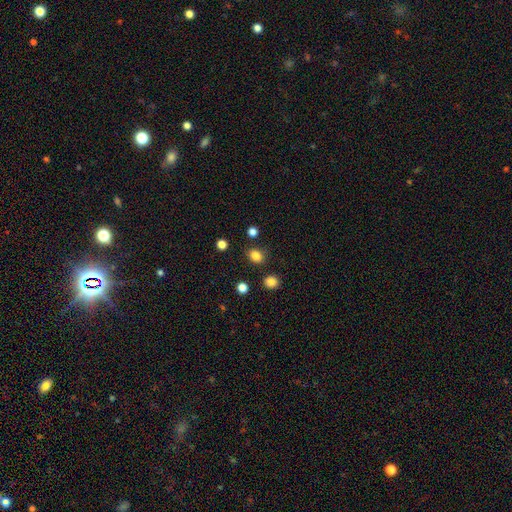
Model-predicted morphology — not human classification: smooth-or-featured: smooth: 83% | star or artifact: 13% | featured or disk: 4%
  how-rounded: round: 51% | in between: 48% | cigar-shaped: 1%
  merging: none: 83% | minor disturbance: 10% | merger: 4% | major disturbance: 3%